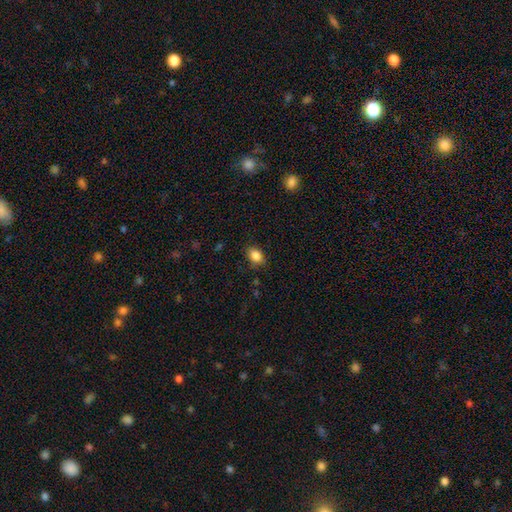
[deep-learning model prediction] This is clearly a smooth galaxy (86%). How rounded: likely in between (79%). Merging: clearly none (83%).